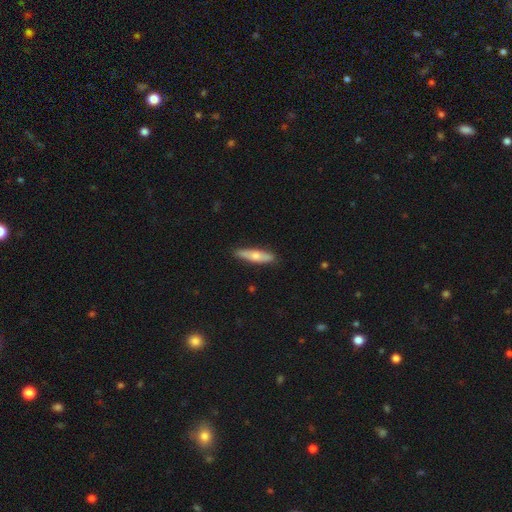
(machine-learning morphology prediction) The model was most divided on "smooth or featured": smooth: 63%, featured or disk: 32%, star or artifact: 5%. More confident: merging — none (87%); how rounded — cigar-shaped (75%).